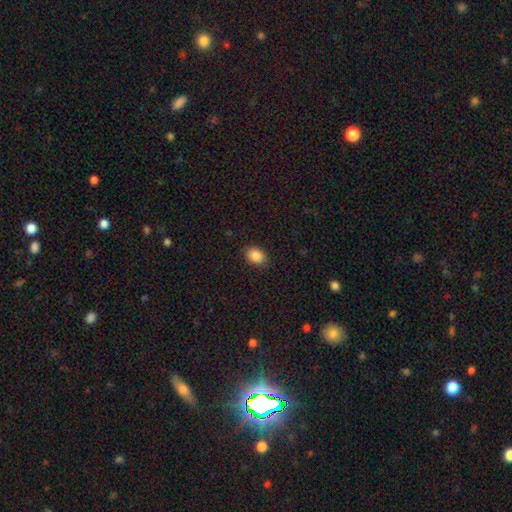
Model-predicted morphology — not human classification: This appears to be a smooth galaxy with no disk features (86%) that is in between round and cigar-shaped (74%). Merging: none (88%).